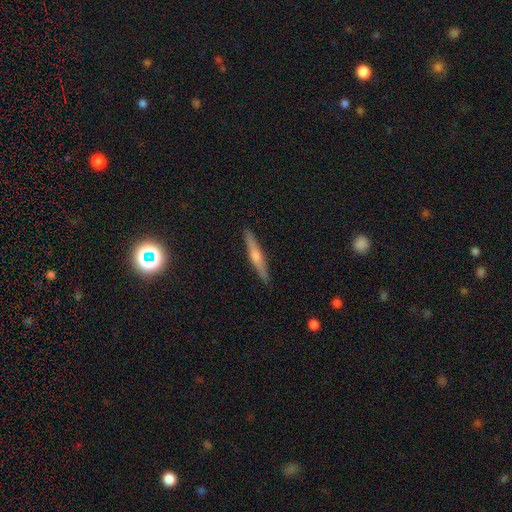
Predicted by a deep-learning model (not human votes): Smooth or featured? Predicted: featured or disk (p=0.62). Edge-on disk? Predicted: yes (p=0.95). Edge-on bulge? Predicted: rounded (p=0.83). Merging? Predicted: none (p=0.89).